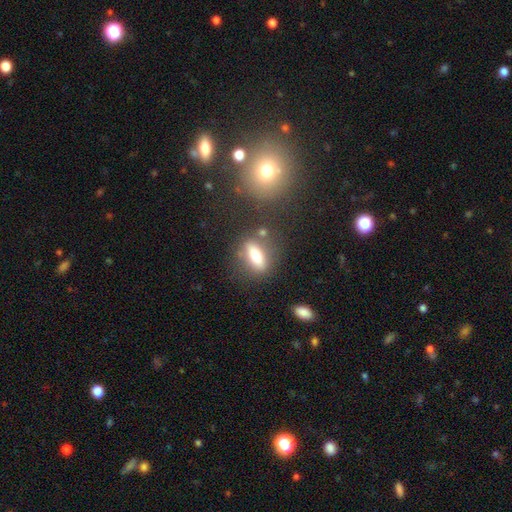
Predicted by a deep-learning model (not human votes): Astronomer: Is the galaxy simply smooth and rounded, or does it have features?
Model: smooth — 68%.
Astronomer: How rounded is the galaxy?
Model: in between — 60%.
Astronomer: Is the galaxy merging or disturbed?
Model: none — 72%.